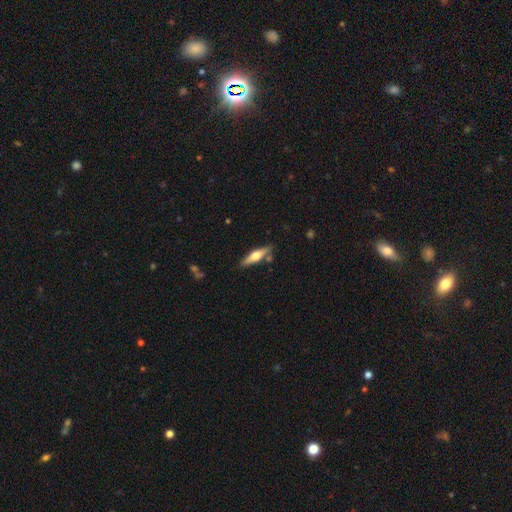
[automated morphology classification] This is possibly a featured or disk galaxy (56%). It is clearly viewed edge-on (94%). Edge-on bulge: clearly rounded (93%). Merging: clearly none (81%).